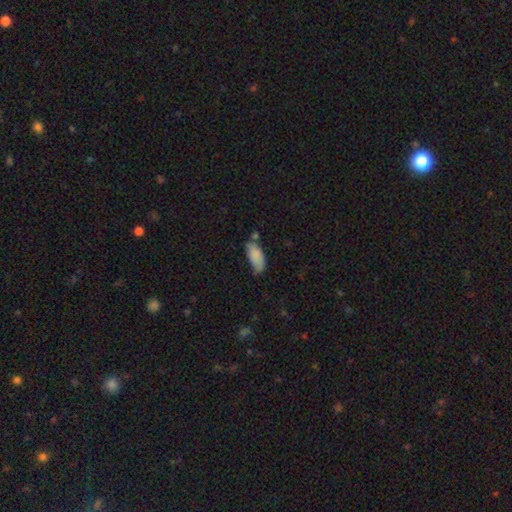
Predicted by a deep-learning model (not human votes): Smooth or featured?
  - smooth: 84% *
  - featured or disk: 9%
  - star or artifact: 7%
How rounded?
  - in between: 88% *
  - cigar-shaped: 10%
  - round: 2%
Merging?
  - none: 47% *
  - minor disturbance: 35%
  - merger: 9%
  - major disturbance: 8%